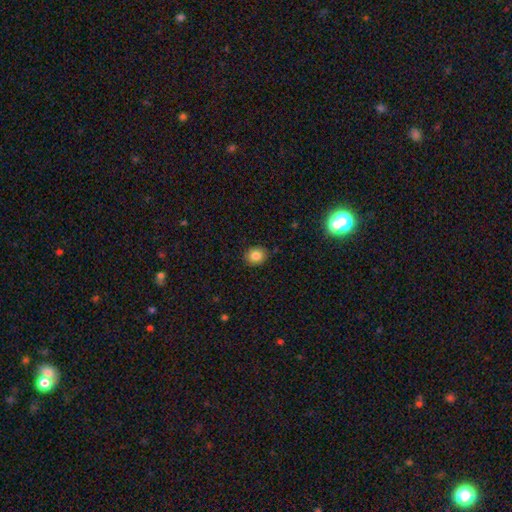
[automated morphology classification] type=smooth (83%); roundness=round (73%); merging=none (88%).